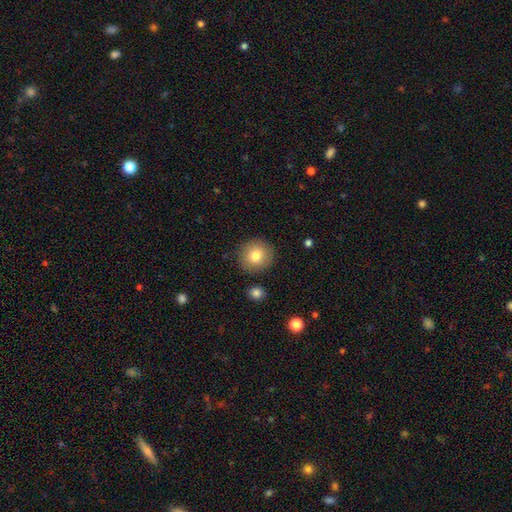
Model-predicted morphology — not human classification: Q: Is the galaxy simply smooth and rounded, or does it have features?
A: smooth — 81%.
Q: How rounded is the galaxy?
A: round — 91%.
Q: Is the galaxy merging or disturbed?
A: none — 88%.